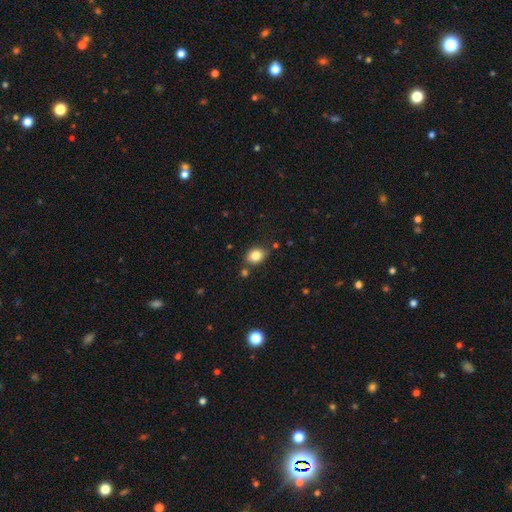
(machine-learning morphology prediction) This is clearly a smooth galaxy (83%). How rounded: possibly in between (58%). Merging: likely none (74%).